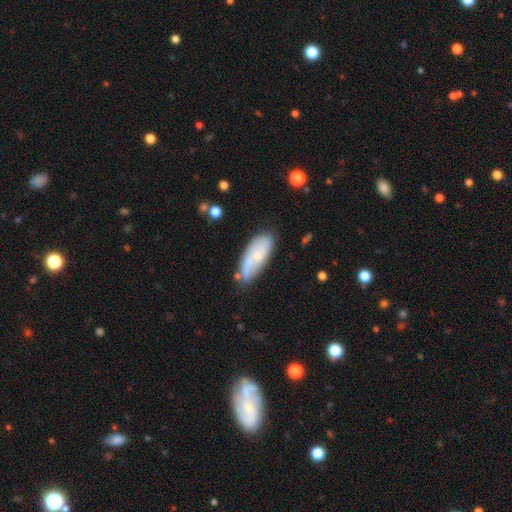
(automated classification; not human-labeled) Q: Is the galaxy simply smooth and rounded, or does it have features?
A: smooth — 50%.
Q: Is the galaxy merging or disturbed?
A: none — 60%.